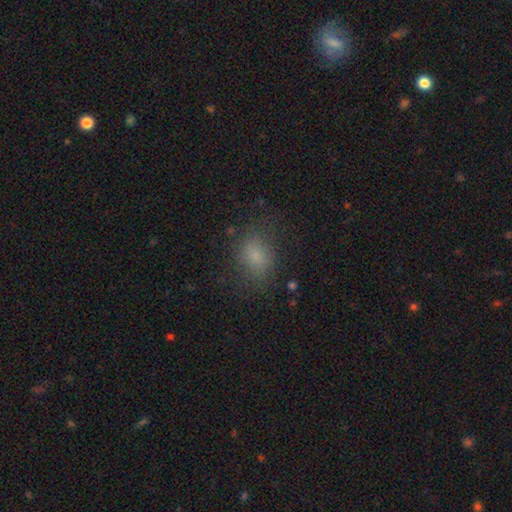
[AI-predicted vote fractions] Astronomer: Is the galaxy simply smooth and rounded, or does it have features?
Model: smooth — 76%.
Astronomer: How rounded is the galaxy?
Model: in between — 73%.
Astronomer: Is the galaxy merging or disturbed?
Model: none — 69%.